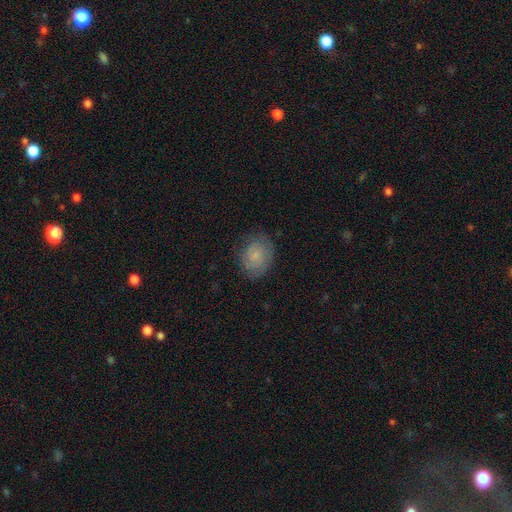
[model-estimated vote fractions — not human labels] Smooth or featured? Predicted: smooth (p=0.58). How rounded? Predicted: round (p=0.49, tied with in between). Merging? Predicted: none (p=0.76).